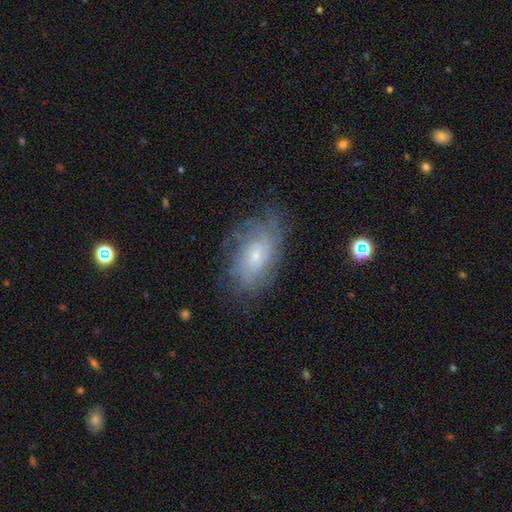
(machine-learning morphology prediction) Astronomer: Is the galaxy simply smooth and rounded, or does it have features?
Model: featured or disk — 71%.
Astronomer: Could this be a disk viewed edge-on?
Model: no — 95%.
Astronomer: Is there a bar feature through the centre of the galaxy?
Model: no — 68%.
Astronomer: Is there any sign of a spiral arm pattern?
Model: yes — 87%.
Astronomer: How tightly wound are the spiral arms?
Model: tight — 63%.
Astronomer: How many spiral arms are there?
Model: can't tell — 60%.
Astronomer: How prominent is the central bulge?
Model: small — 69%.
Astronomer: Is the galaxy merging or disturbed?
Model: none — 69%.